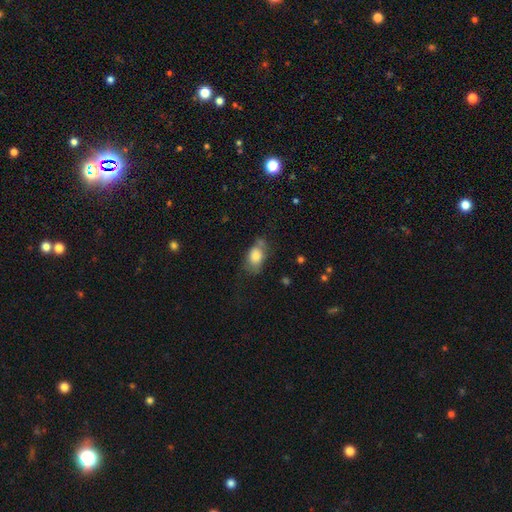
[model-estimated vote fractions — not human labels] This is clearly a smooth galaxy (81%). How rounded: clearly in between (83%). Merging: possibly none (48%).